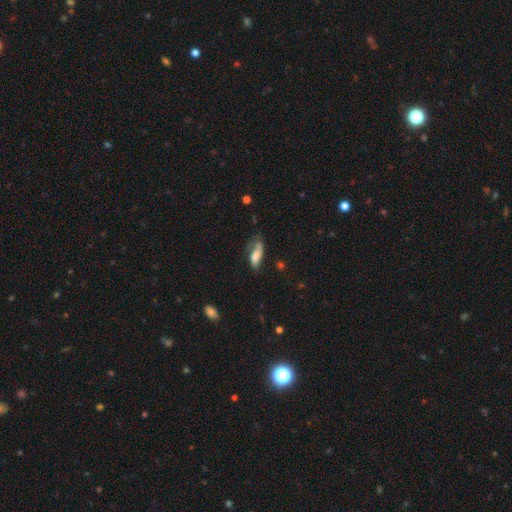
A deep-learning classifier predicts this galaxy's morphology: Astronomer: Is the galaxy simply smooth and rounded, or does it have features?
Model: smooth — 61%.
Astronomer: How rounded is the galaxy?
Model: in between — 75%.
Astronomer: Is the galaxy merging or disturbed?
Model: major disturbance — 33% (runner-up: none, 32%).